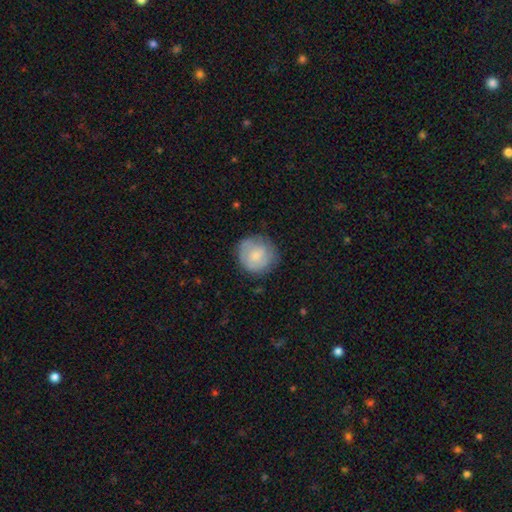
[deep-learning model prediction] Smooth or featured?
  - smooth: 65% *
  - featured or disk: 29%
  - star or artifact: 7%
How rounded?
  - round: 92% *
  - in between: 7%
  - cigar-shaped: 1%
Merging?
  - none: 76% *
  - minor disturbance: 18%
  - major disturbance: 5%
  - merger: 1%